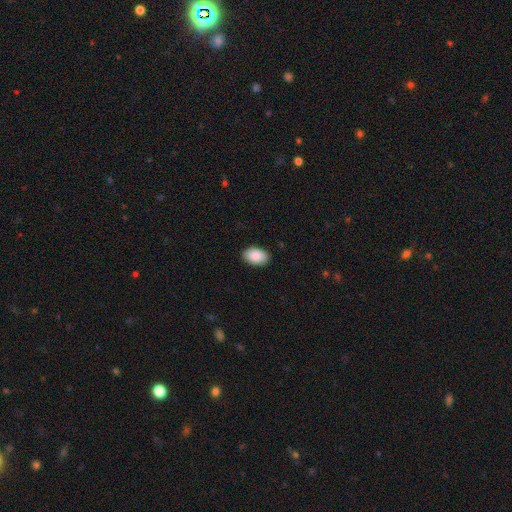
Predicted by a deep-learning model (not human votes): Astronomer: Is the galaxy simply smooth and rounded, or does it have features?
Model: smooth — 91%.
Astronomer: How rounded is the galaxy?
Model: in between — 91%.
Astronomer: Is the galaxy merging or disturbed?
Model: none — 88%.